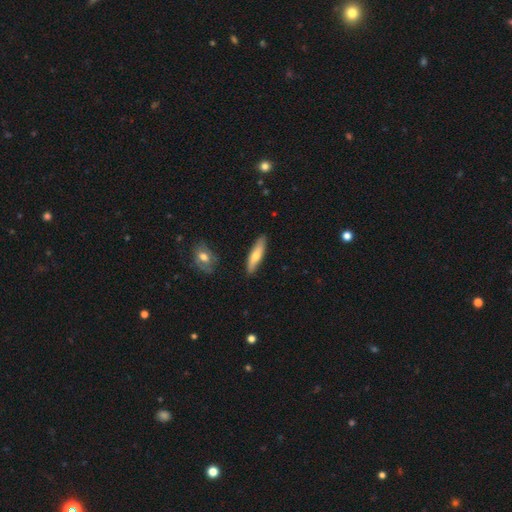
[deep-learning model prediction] smooth-or-featured: smooth: 62% | featured or disk: 33% | star or artifact: 6%
  how-rounded: cigar-shaped: 74% | in between: 24% | round: 2%
  merging: none: 85% | minor disturbance: 11% | merger: 2% | major disturbance: 2%